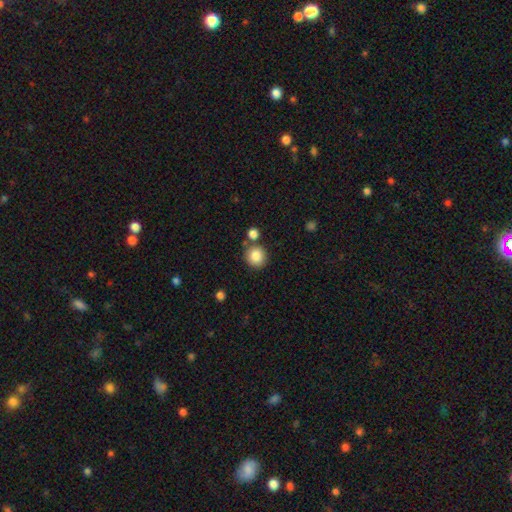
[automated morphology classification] Smooth or featured? smooth (86%)
How rounded? round (89%)
Merging? none (76%)